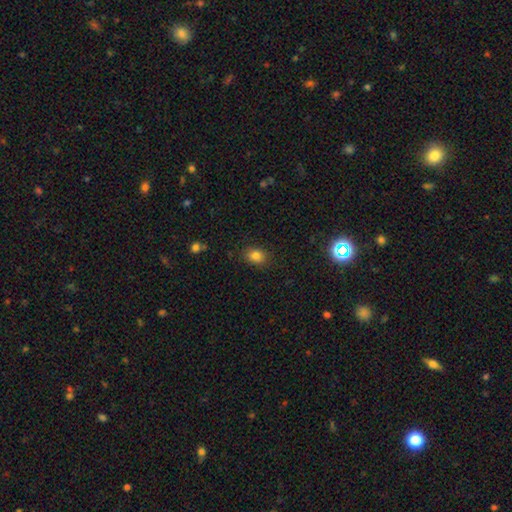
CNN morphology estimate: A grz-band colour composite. It shows a smooth galaxy with no disk features (82%) that is in between round and cigar-shaped (64%). Merging: none (86%).